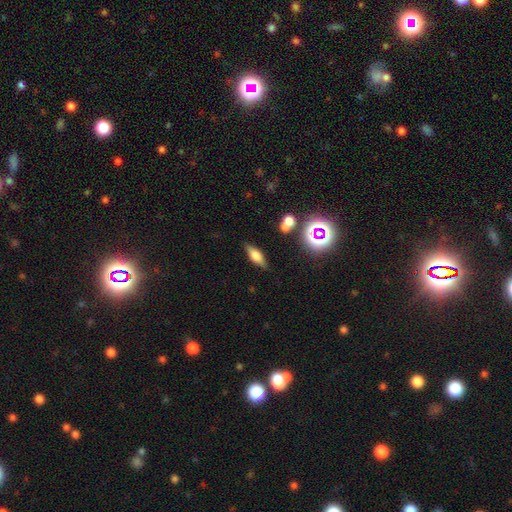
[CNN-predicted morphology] type=smooth (49%); merging=none (82%).